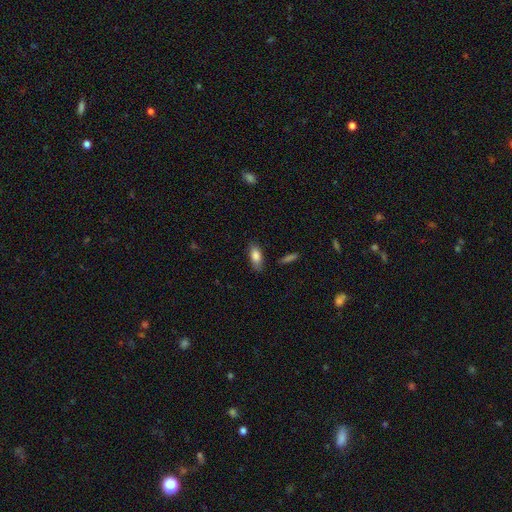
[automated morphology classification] Smooth or featured? Predicted: smooth (p=0.83). How rounded? Predicted: in between (p=0.83). Merging? Predicted: none (p=0.79).